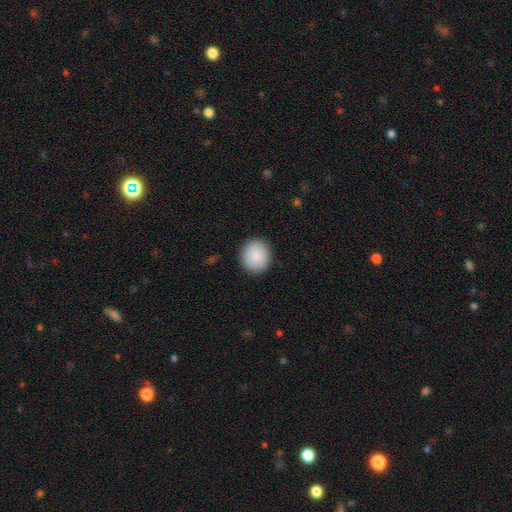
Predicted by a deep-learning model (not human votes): Smooth or featured? smooth (90%)
How rounded? round (81%)
Merging? none (91%)